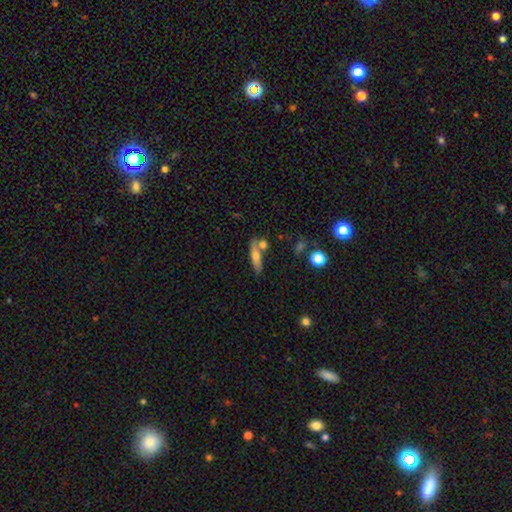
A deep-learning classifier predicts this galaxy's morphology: smooth-or-featured: smooth: 57% | featured or disk: 35% | star or artifact: 8%
  how-rounded: cigar-shaped: 73% | in between: 23% | round: 4%
  merging: none: 63% | merger: 20% | minor disturbance: 13% | major disturbance: 4%